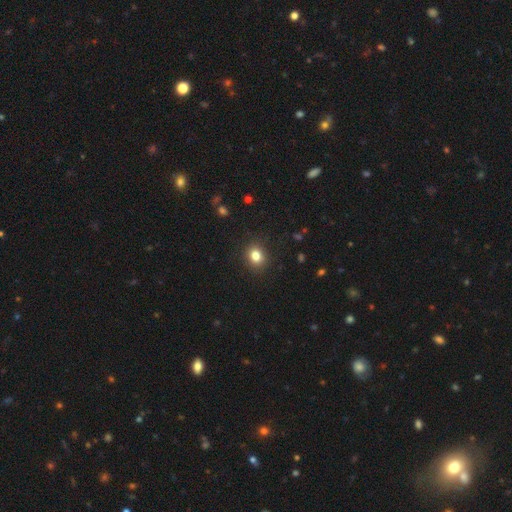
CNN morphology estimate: Smooth or featured: smooth — 82% (star or artifact — 12%)
How rounded: round — 63% (in between — 36%)
Merging: none — 89% (minor disturbance — 8%)